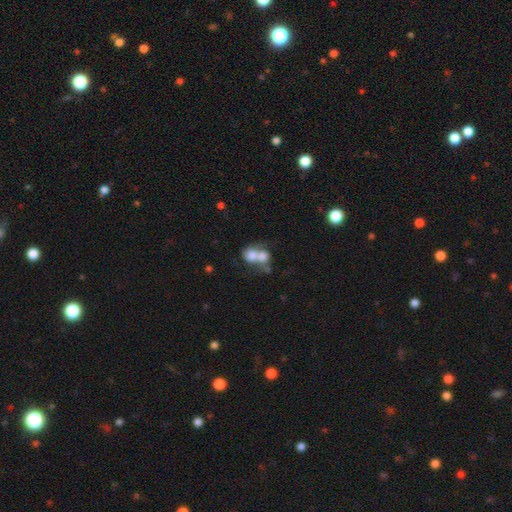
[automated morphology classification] Overall: smooth (71%). How rounded: round (60%; in between 39%). Merging: merger (73%).